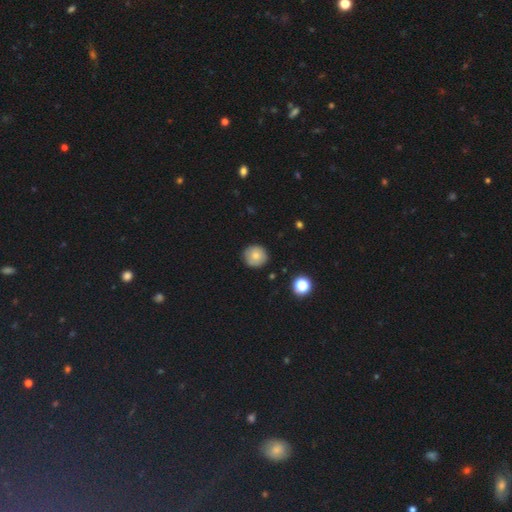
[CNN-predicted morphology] Smooth or featured? Predicted: smooth (p=0.74). How rounded? Predicted: round (p=0.94). Merging? Predicted: none (p=0.87).